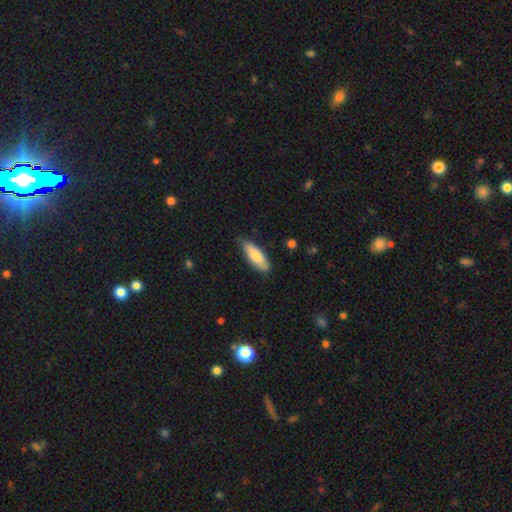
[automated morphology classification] Smooth or featured?
  - smooth: 74% *
  - featured or disk: 21%
  - star or artifact: 5%
How rounded?
  - in between: 63% *
  - cigar-shaped: 35%
  - round: 2%
Merging?
  - none: 78% *
  - minor disturbance: 18%
  - major disturbance: 2%
  - merger: 1%